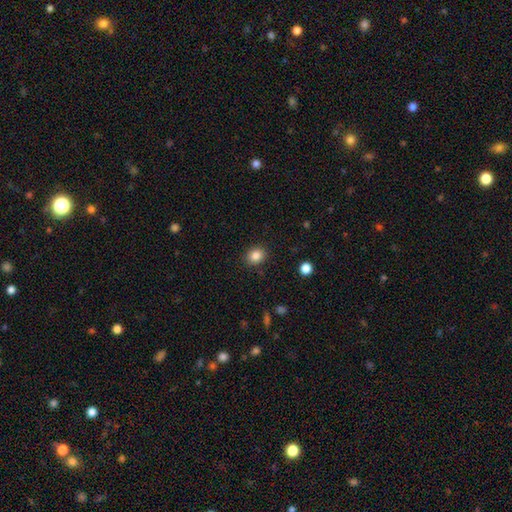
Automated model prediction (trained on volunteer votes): Q: Smooth or featured?
A: smooth (85%); runner-up: star or artifact (10%)
Q: How rounded?
A: round (57%); runner-up: in between (42%)
Q: Merging?
A: none (88%); runner-up: minor disturbance (8%)